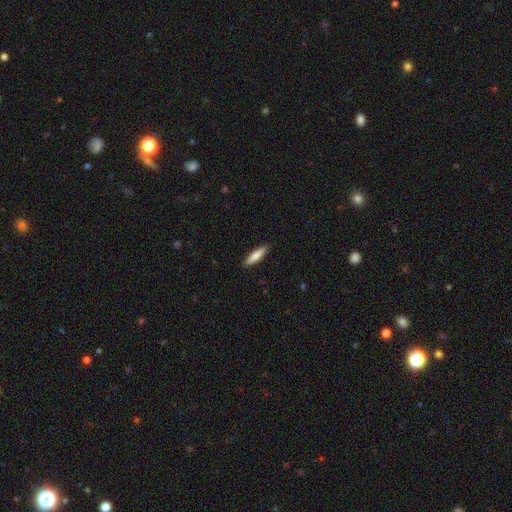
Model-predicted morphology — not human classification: Overall: smooth (76%). How rounded: cigar-shaped (76%). Merging: none (90%).